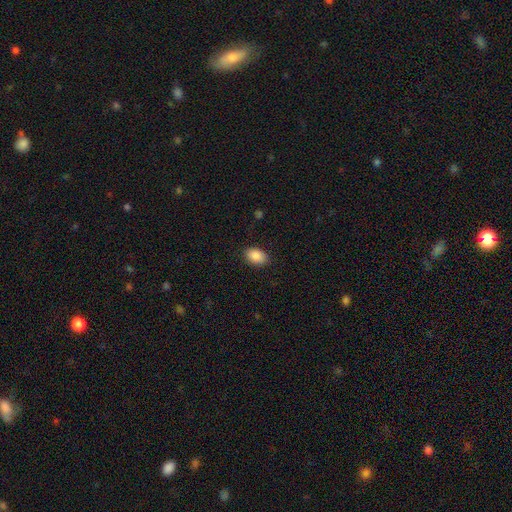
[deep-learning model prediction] Overall: smooth (89%). How rounded: in between (85%). Merging: none (87%).